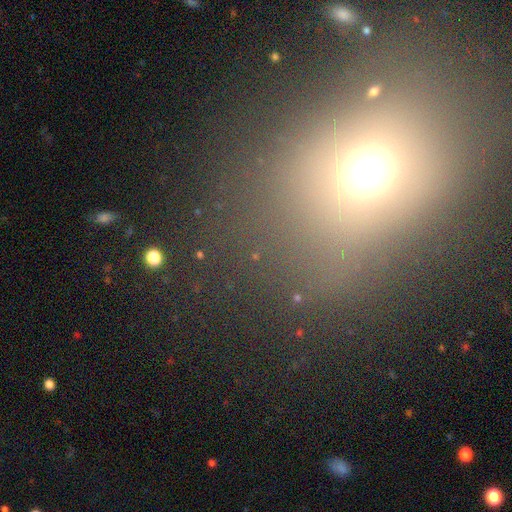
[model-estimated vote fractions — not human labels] smooth_or_featured: star or artifact (p=0.55) [alt: smooth p=0.34]